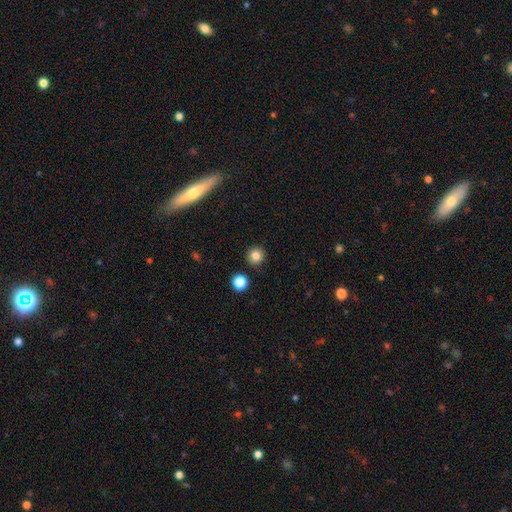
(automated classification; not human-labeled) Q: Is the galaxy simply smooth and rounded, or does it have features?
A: smooth — 83%.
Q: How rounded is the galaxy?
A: round — 92%.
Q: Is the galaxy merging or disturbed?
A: none — 89%.